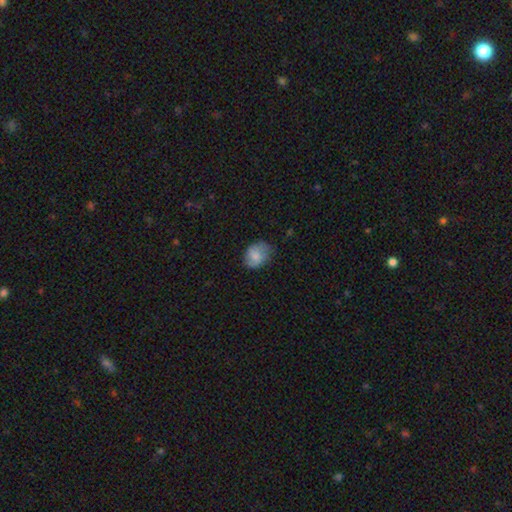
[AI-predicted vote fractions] A smooth galaxy with no disk features (64%) that is in between round and cigar-shaped (54%). Merging: none (63%).